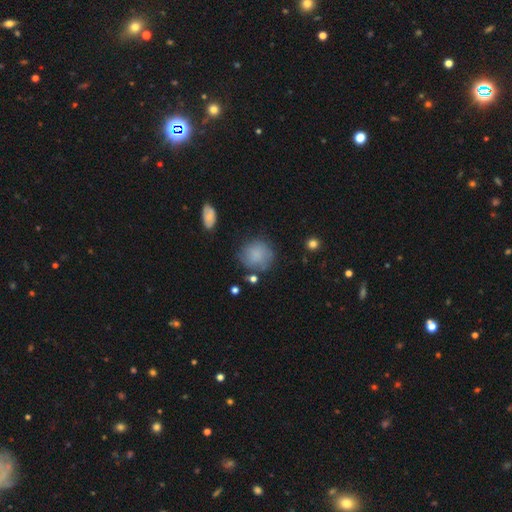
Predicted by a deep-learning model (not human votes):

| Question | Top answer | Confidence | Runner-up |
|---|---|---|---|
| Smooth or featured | smooth | 76% | featured or disk (15%) |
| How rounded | round | 85% | in between (14%) |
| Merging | none | 67% | minor disturbance (21%) |